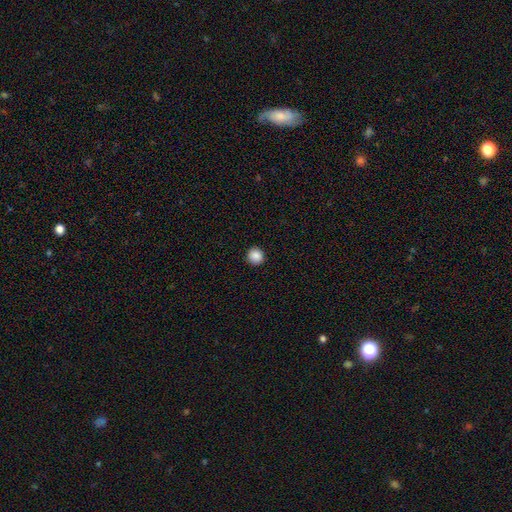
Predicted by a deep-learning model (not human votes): smooth_or_featured: smooth (p=0.88) [alt: star or artifact p=0.09]
how_rounded: round (p=0.94) [alt: in between p=0.05]
merging: none (p=0.92) [alt: minor disturbance p=0.05]